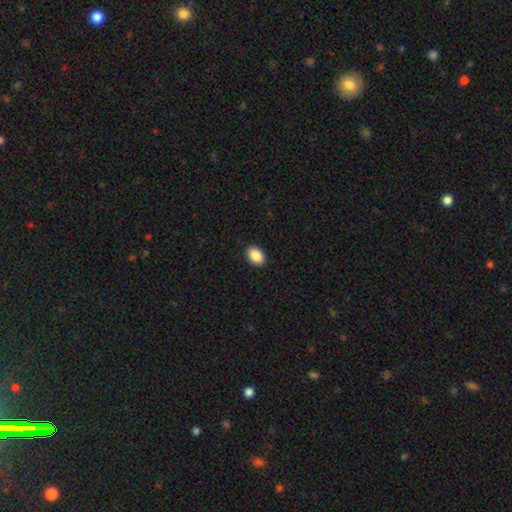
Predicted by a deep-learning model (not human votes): Overall: smooth (90%). How rounded: in between (81%). Merging: none (91%).